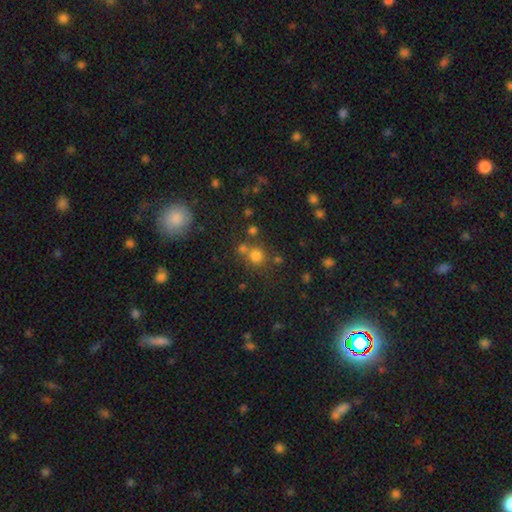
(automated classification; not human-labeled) Smooth or featured? Predicted: smooth (p=0.73). How rounded? Predicted: round (p=0.88). Merging? Predicted: none (p=0.64).